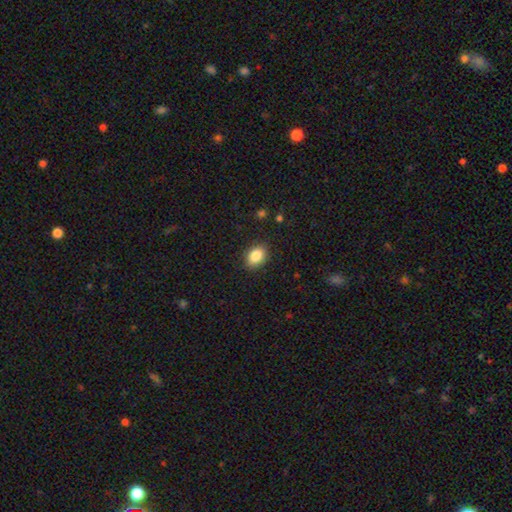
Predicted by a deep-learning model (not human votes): Q: Smooth or featured?
A: smooth (86%); runner-up: star or artifact (8%)
Q: How rounded?
A: in between (77%); runner-up: round (22%)
Q: Merging?
A: none (88%); runner-up: minor disturbance (9%)